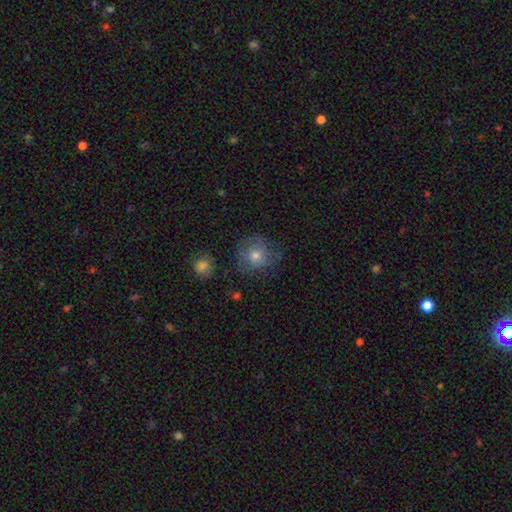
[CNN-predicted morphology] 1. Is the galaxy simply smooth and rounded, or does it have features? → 63% smooth, 24% featured or disk, 13% star or artifact.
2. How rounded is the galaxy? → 89% round, 10% in between, 1% cigar-shaped.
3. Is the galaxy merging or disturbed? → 73% none, 18% minor disturbance, 7% major disturbance, 2% merger.